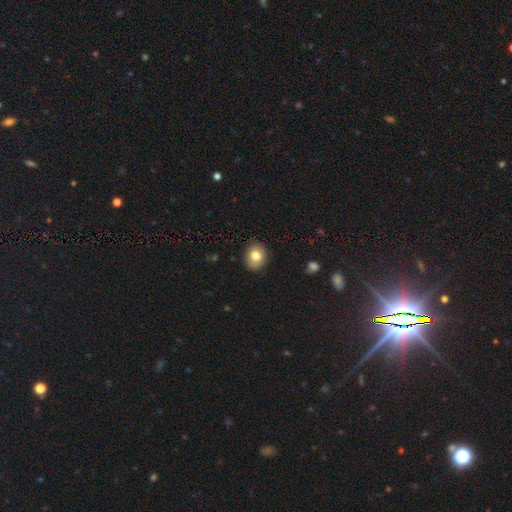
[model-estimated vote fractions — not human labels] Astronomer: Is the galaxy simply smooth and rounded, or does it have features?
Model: smooth — 79%.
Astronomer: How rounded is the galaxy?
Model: round — 59% (runner-up: in between, 40%).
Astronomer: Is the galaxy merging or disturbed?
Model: none — 88%.